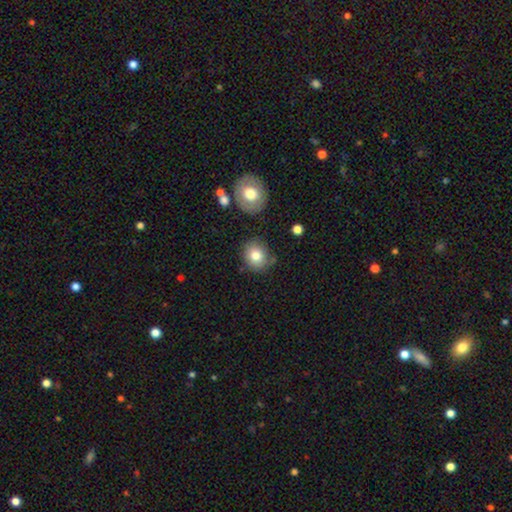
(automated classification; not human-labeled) smooth 79%, featured or disk 11%, star or artifact 10%. Down the decision tree: how rounded — round (77%); merging — none (76%).